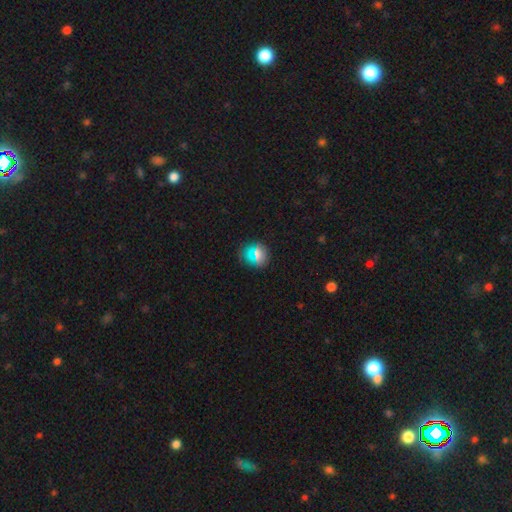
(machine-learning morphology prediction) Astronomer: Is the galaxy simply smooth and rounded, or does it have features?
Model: smooth — 59%.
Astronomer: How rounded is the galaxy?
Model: round — 83%.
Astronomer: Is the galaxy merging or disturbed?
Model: none — 84%.